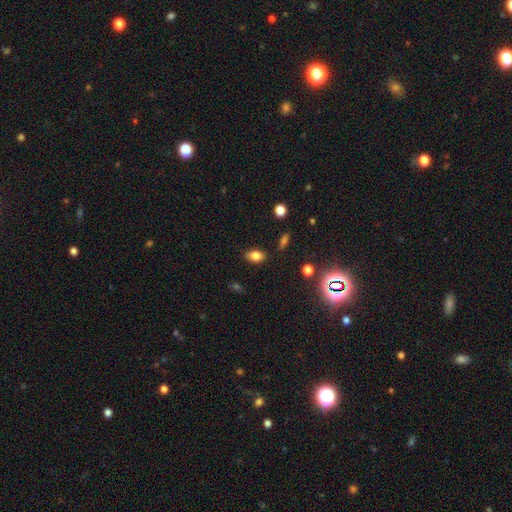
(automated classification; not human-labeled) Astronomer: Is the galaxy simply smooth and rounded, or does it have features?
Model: smooth — 79%.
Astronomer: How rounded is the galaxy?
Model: in between — 84%.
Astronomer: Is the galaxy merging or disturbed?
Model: none — 84%.